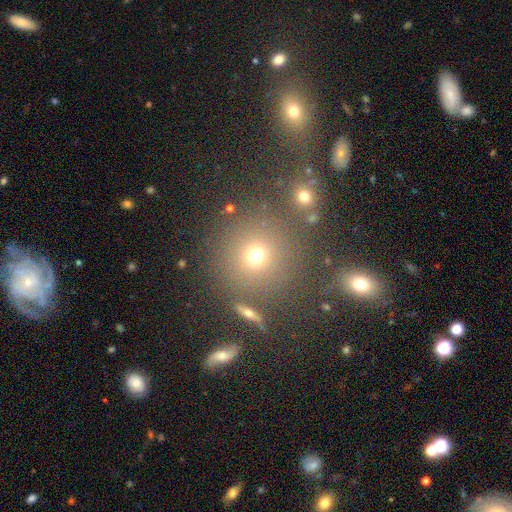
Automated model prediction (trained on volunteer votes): This appears to be a smooth galaxy with no disk features (68%) that is round (90%). Merging: none (77%).